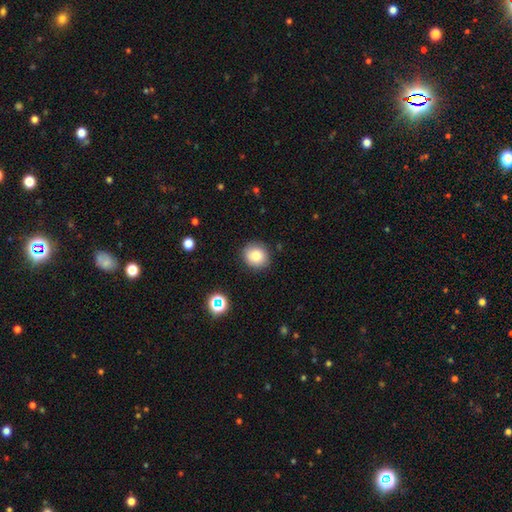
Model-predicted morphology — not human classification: smooth 81%, star or artifact 11%, featured or disk 9%. Down the decision tree: how rounded — round (84%); merging — none (87%).